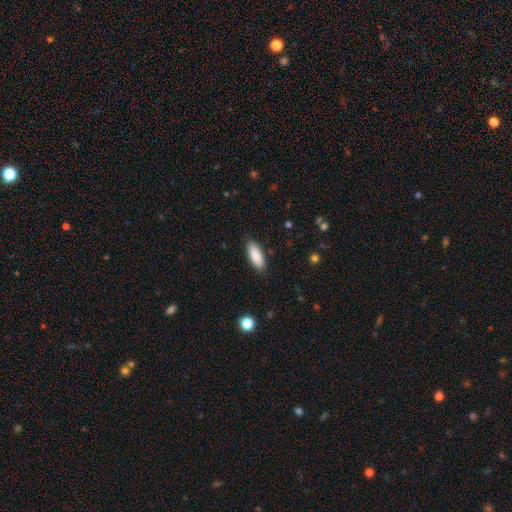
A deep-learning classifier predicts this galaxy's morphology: A smooth galaxy with no disk features (89%) that is in between round and cigar-shaped (72%).

Vote fractions:
- Smooth or featured? smooth: 89% / star or artifact: 6% / featured or disk: 5%
- How rounded? in between: 72% / cigar-shaped: 26% / round: 2%
- Merging? none: 88% / minor disturbance: 9% / major disturbance: 2% / merger: 1%